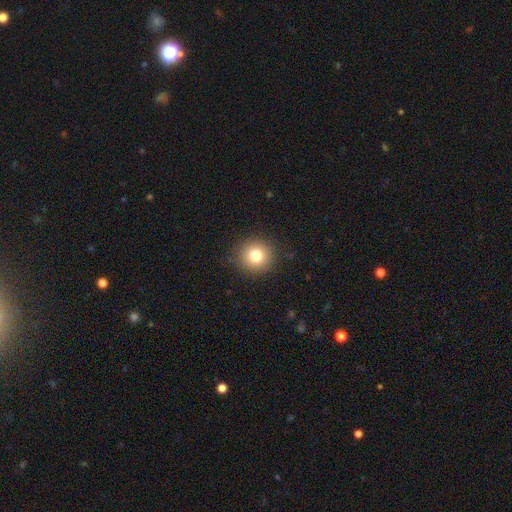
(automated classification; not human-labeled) A smooth galaxy with no disk features (80%) that is round (93%). Merging: none (90%).